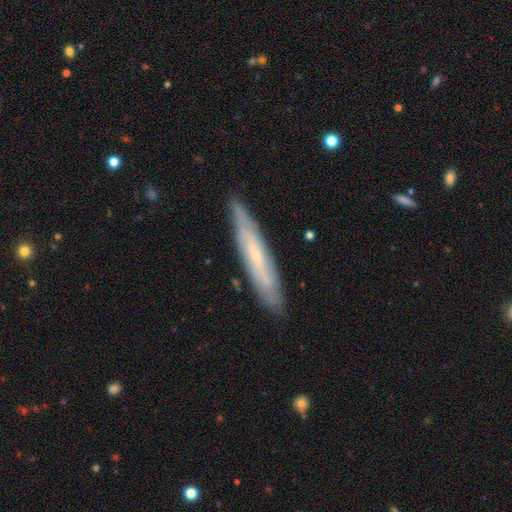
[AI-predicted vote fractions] This appears to be a featured or disk galaxy (52%) viewed edge-on (70%). Merging: none (85%).